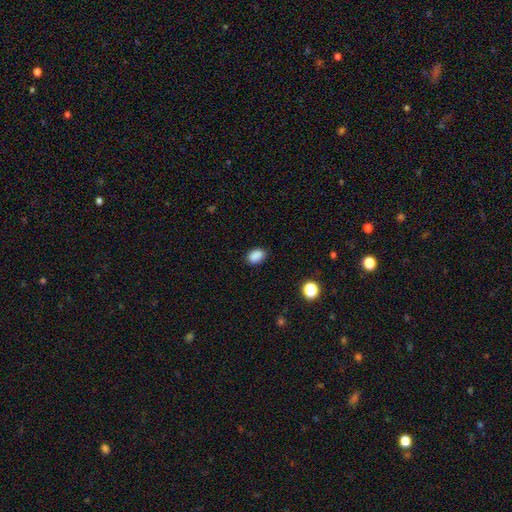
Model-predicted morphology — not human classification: This is clearly a smooth galaxy (87%). How rounded: clearly in between (82%). Merging: clearly none (85%).